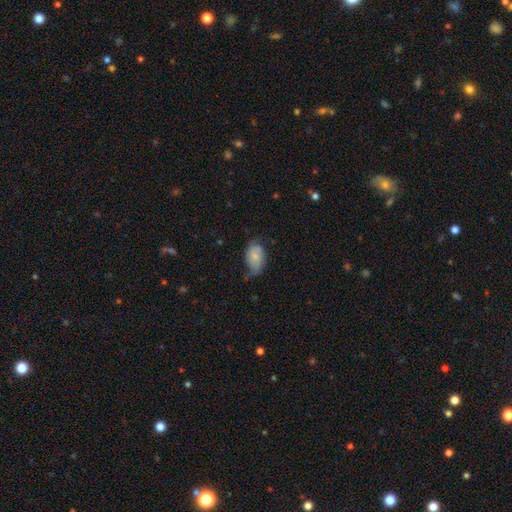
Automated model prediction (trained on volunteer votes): smooth 52%, featured or disk 41%, star or artifact 7%. Down the decision tree: how rounded — in between (89%); merging — none (44%).